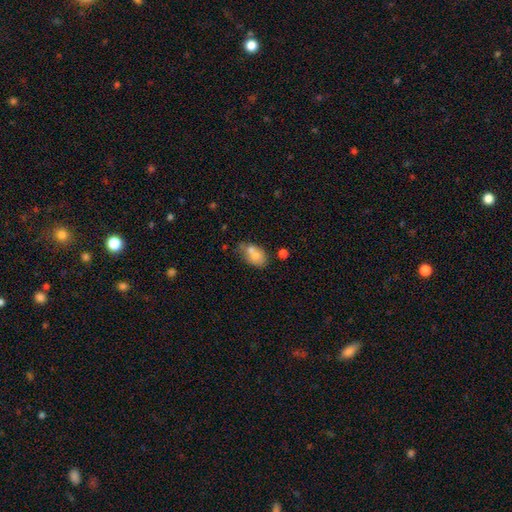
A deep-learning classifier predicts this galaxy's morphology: This appears to be a smooth galaxy with no disk features (72%) that is in between round and cigar-shaped (81%). Merging: none (38%, tied with merger).